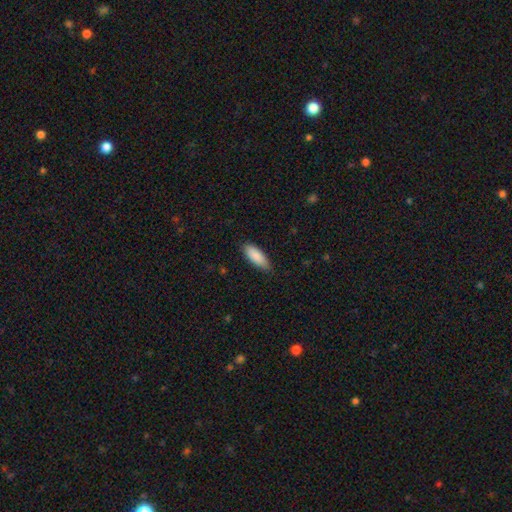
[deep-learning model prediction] Smooth or featured: smooth — 88% (featured or disk — 6%)
How rounded: in between — 71% (cigar-shaped — 27%)
Merging: none — 81% (minor disturbance — 15%)